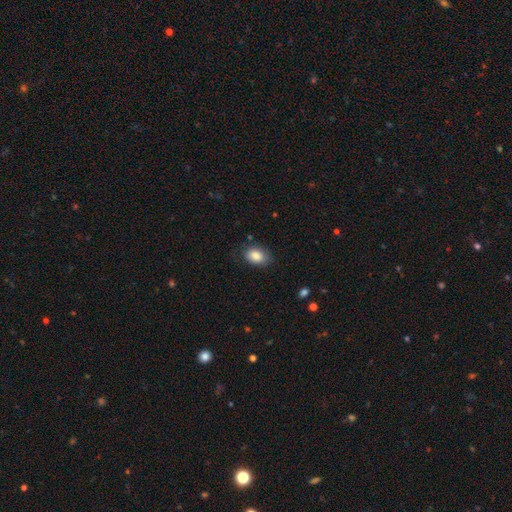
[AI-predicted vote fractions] smooth-or-featured: smooth: 85% | star or artifact: 7% | featured or disk: 7%
  how-rounded: in between: 80% | round: 19% | cigar-shaped: 1%
  merging: none: 77% | minor disturbance: 18% | major disturbance: 4% | merger: 1%